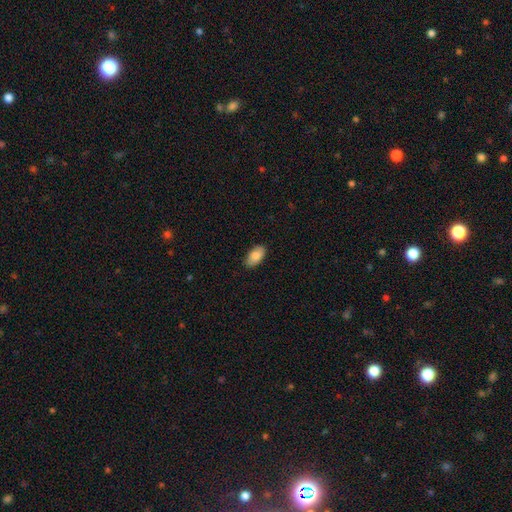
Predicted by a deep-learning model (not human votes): Morphology: type=smooth (84%); roundness=in between (94%); merging=none (87%).